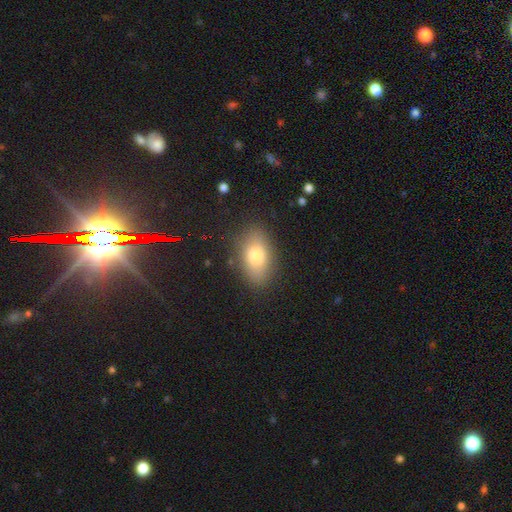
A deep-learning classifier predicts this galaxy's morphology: This is likely a smooth galaxy (75%). How rounded: clearly in between (87%). Merging: clearly none (84%).